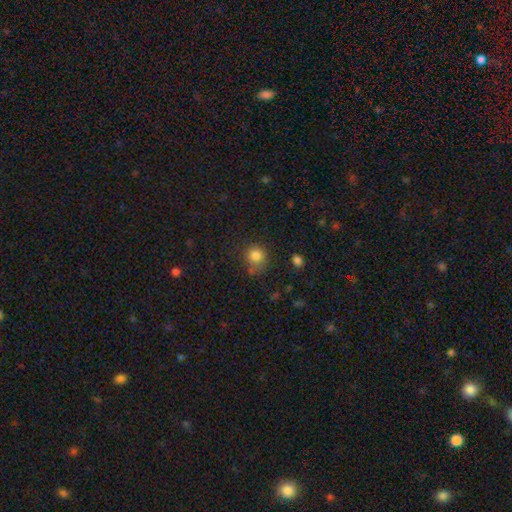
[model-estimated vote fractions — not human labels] Smooth or featured? Predicted: smooth (p=0.83). How rounded? Predicted: round (p=0.86). Merging? Predicted: none (p=0.69).